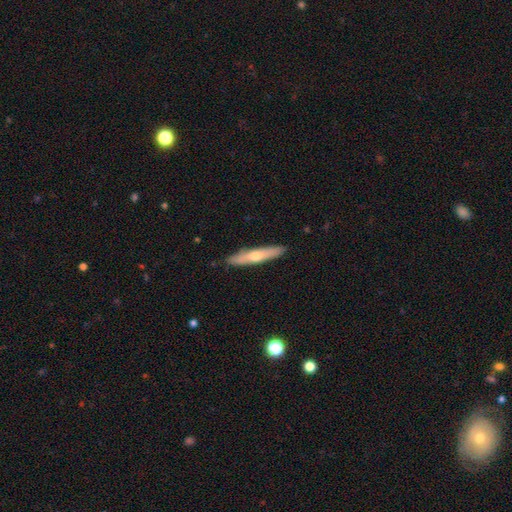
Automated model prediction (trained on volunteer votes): smooth 50%, featured or disk 45%, star or artifact 6%. Down the decision tree: merging — none (89%).